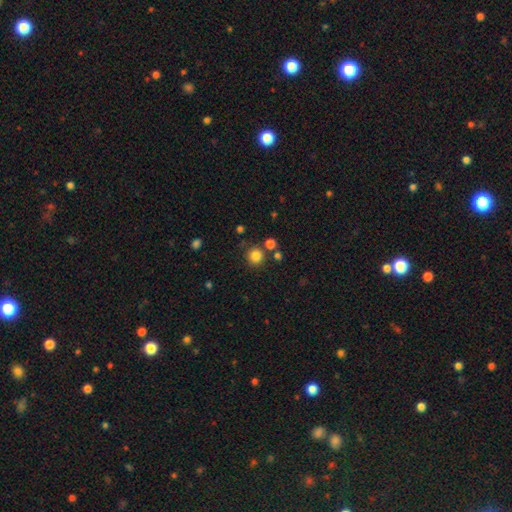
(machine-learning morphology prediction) type=smooth (82%); roundness=round (93%); merging=none (81%).